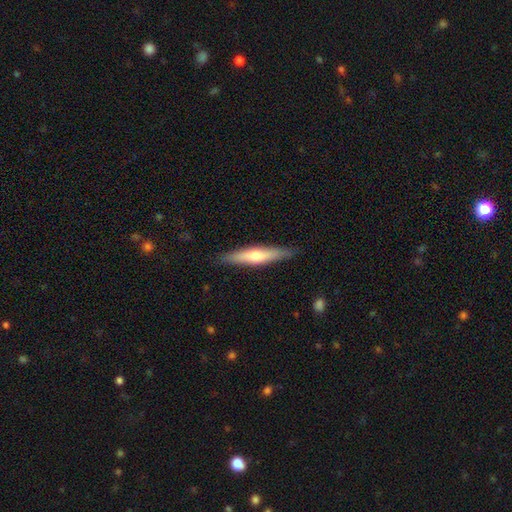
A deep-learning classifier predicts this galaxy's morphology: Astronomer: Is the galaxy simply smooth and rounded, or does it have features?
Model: featured or disk — 49% (runner-up: smooth, 46%).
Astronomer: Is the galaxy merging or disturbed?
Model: none — 88%.